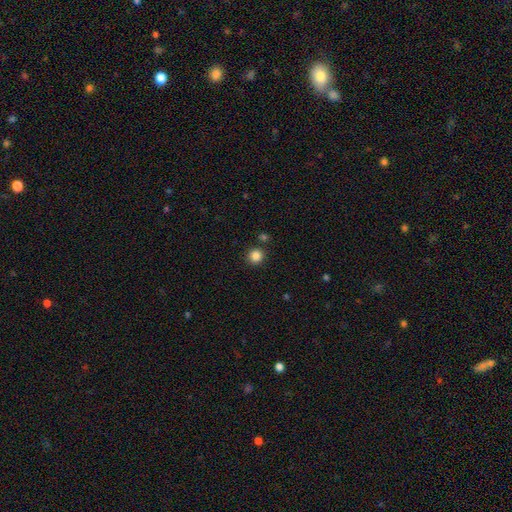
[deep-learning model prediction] Morphology: type=smooth (85%); roundness=round (92%); merging=none (87%).